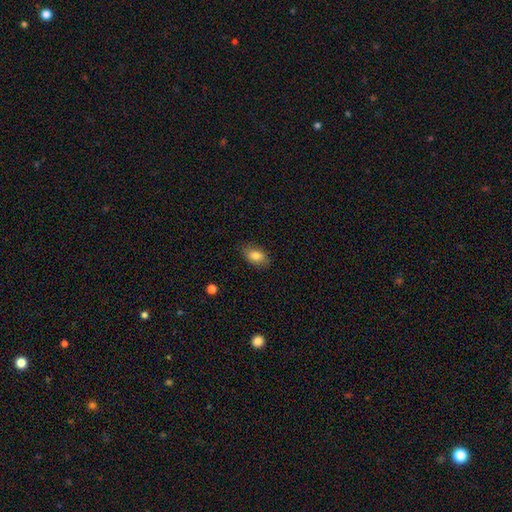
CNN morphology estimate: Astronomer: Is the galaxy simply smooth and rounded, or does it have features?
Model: smooth — 82%.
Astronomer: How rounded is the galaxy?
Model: in between — 89%.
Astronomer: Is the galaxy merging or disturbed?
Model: none — 84%.